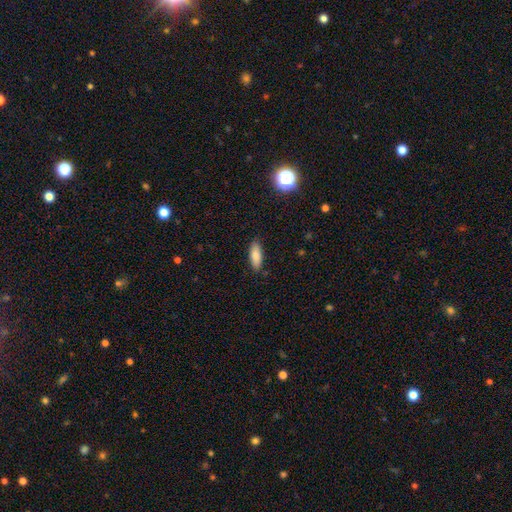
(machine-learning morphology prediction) type=smooth (84%); roundness=in between (68%); merging=none (87%).